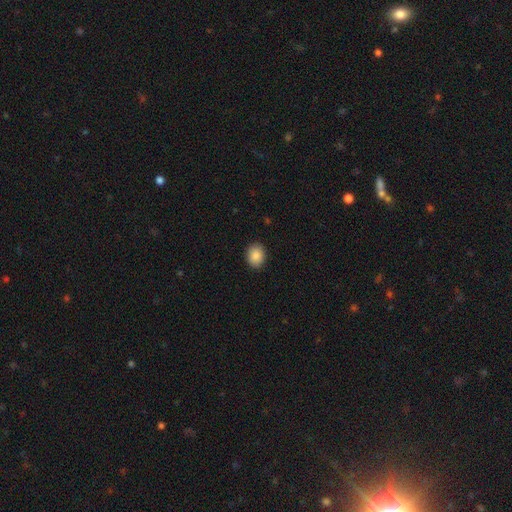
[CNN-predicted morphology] This is clearly a smooth galaxy (88%). How rounded: possibly round (50%). Merging: clearly none (89%).